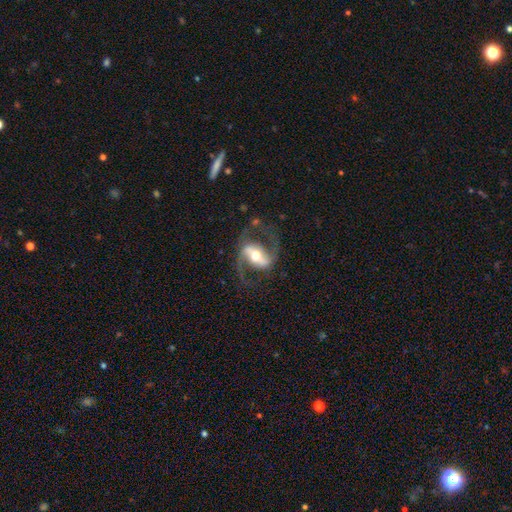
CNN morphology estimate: Smooth or featured: featured or disk — 88% (smooth — 7%)
Edge-on disk: no — 96% (yes — 4%)
Bar: strong — 55% (weak — 30%)
Spiral arms: yes — 95% (no — 5%)
Spiral winding: medium — 50% (loose — 41%)
Spiral arm count: 2 — 93% (1 — 2%)
Bulge size: moderate — 67% (small — 17%)
Merging: none — 72% (minor disturbance — 14%)